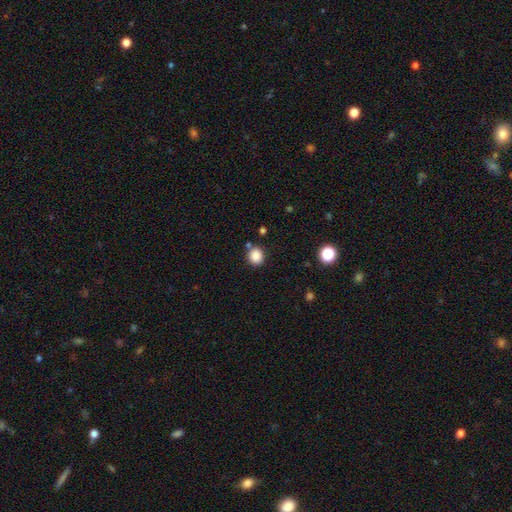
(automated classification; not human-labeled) Smooth or featured: smooth — 86% (star or artifact — 10%)
How rounded: round — 83% (in between — 16%)
Merging: none — 78% (minor disturbance — 11%)